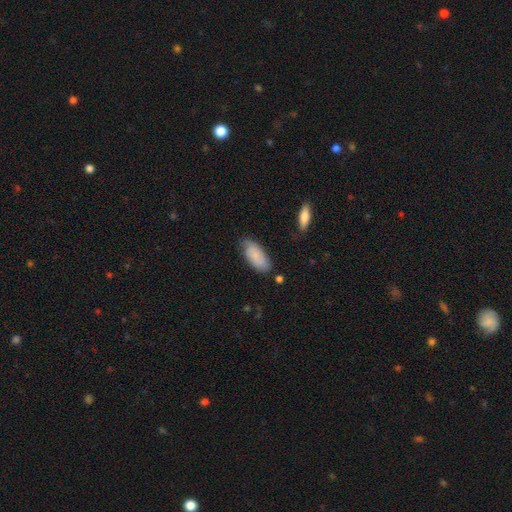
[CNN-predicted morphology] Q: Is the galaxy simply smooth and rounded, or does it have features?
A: smooth — 75%.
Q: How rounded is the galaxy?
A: in between — 90%.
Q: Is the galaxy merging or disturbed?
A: none — 69%.